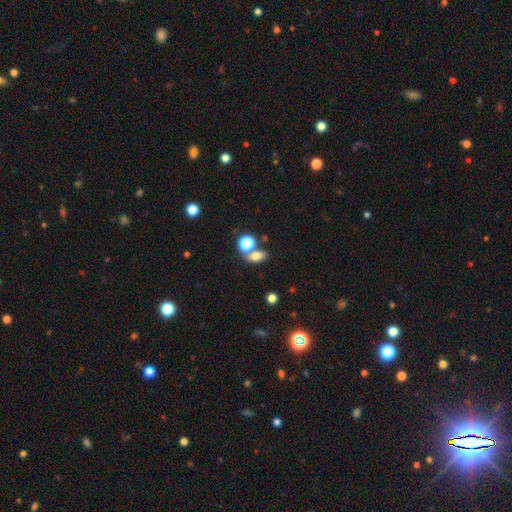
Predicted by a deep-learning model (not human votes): Smooth or featured? smooth (72%)
How rounded? in between (72%)
Merging? none (57%)